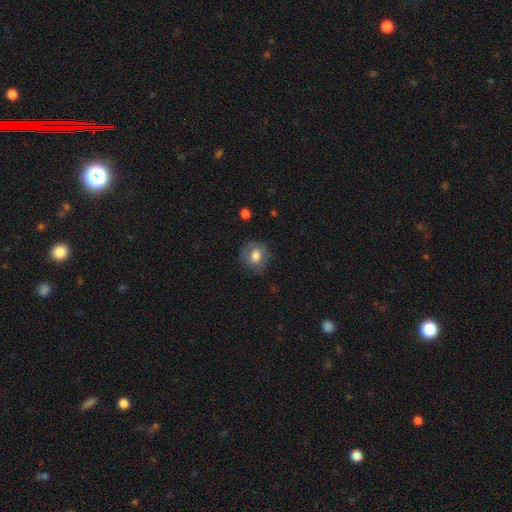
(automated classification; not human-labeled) smooth_or_featured: smooth (p=0.72) [alt: featured or disk p=0.20]
how_rounded: round (p=0.70) [alt: in between p=0.29]
merging: none (p=0.75) [alt: minor disturbance p=0.18]